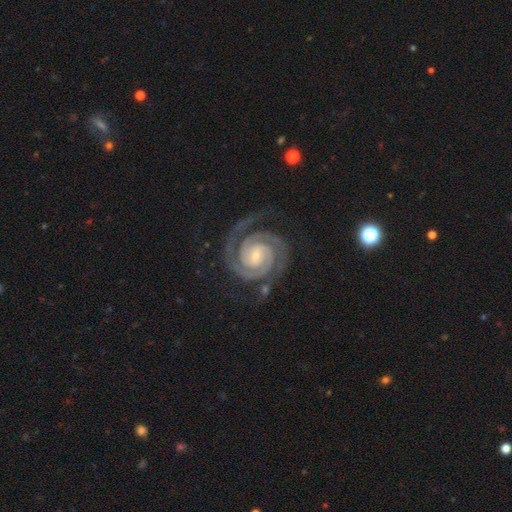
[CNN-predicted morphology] featured or disk 94%, star or artifact 4%, smooth 3%. Down the decision tree: edge-on disk — no (98%); bar — no (42%); spiral arms — yes (99%); spiral arm count — 2 (89%); spiral winding — tight (81%); bulge size — small (68%); merging — none (79%).